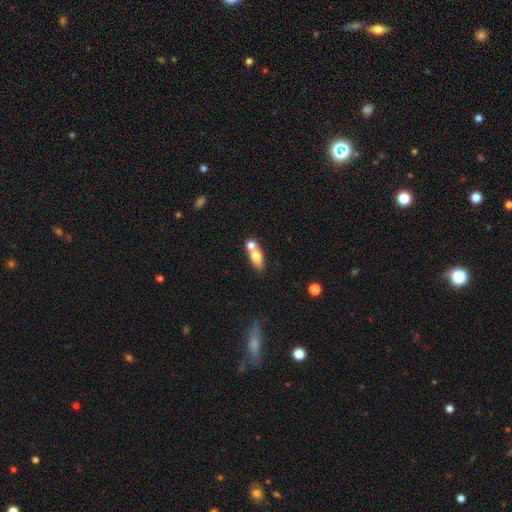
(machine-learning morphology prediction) Overall: smooth (71%). How rounded: in between (70%). Merging: merger (59%; none 29%).